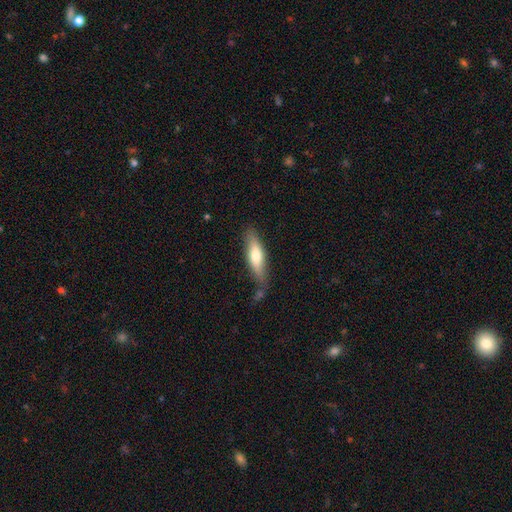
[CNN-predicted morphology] Smooth or featured? Predicted: smooth (p=0.64). How rounded? Predicted: cigar-shaped (p=0.65). Merging? Predicted: none (p=0.65).